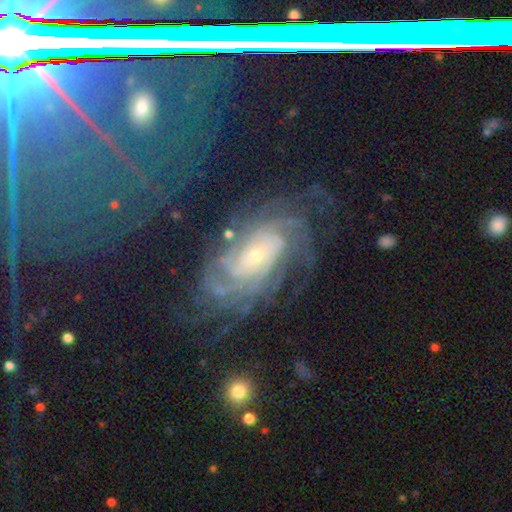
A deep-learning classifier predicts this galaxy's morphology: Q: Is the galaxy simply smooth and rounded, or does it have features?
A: featured or disk — 86%.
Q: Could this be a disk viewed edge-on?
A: no — 96%.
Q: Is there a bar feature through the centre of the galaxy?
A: no — 64%.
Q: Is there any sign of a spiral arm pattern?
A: yes — 97%.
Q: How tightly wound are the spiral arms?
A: tight — 70%.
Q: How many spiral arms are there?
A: can't tell — 27%.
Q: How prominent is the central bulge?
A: small — 72%.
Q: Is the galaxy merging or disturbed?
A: none — 68%.